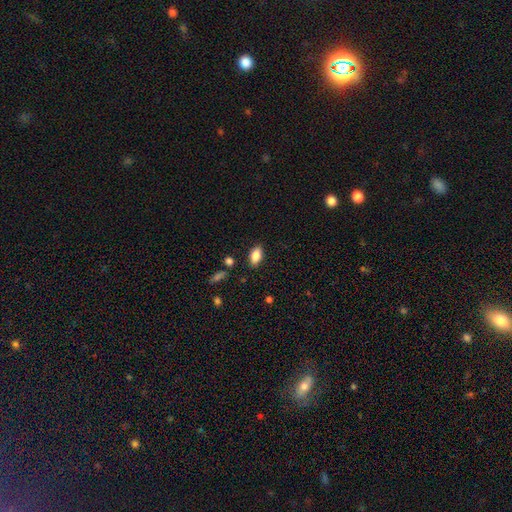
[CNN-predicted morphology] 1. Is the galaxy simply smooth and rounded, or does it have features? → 85% smooth, 8% star or artifact, 7% featured or disk.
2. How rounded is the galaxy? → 91% in between, 5% round, 5% cigar-shaped.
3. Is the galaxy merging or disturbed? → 86% none, 10% minor disturbance, 2% major disturbance, 2% merger.